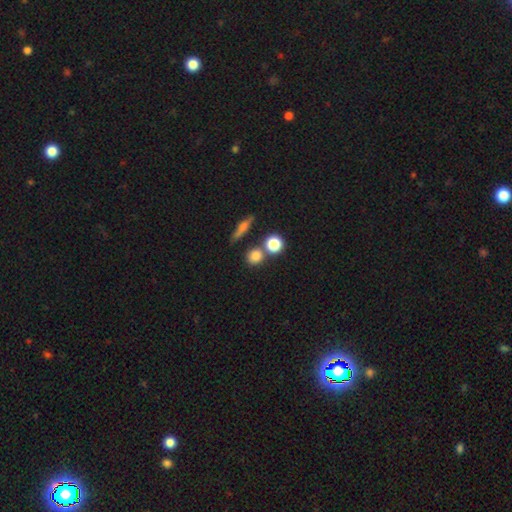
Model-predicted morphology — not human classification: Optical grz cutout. It shows a smooth galaxy with no disk features (80%) that is round (82%). Merging: none (68%).